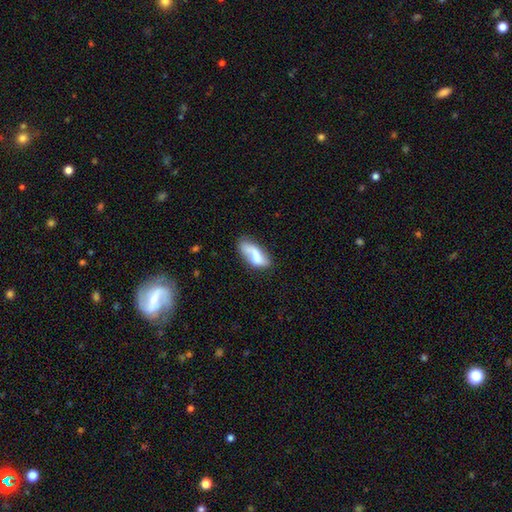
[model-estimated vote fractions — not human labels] This appears to be a smooth galaxy with no disk features (62%) that is in between round and cigar-shaped (83%). Merging: none (44%).